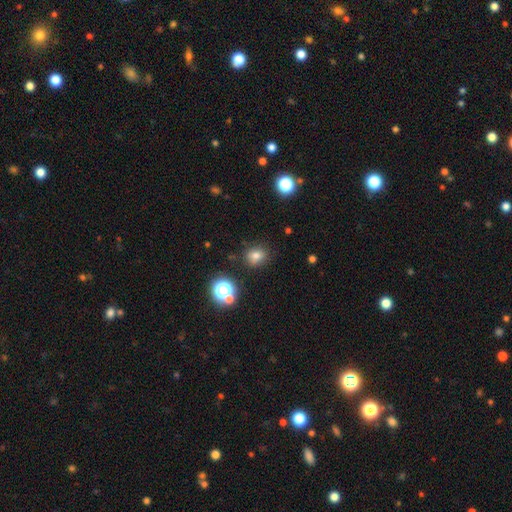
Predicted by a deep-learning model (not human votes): smooth-or-featured: smooth: 75% | star or artifact: 17% | featured or disk: 8%
  how-rounded: round: 69% | in between: 30% | cigar-shaped: 1%
  merging: none: 81% | minor disturbance: 11% | merger: 4% | major disturbance: 3%